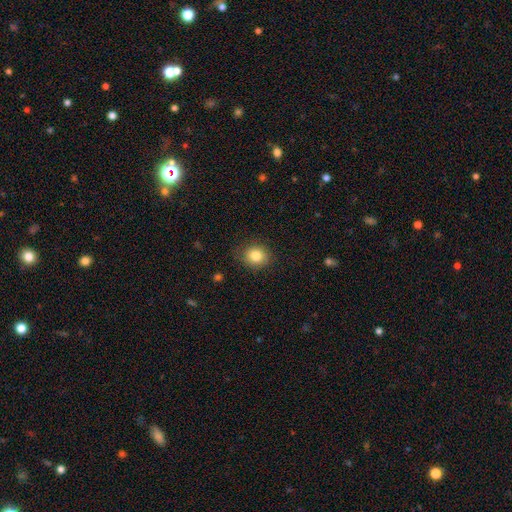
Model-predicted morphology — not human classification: smooth 84%, star or artifact 10%, featured or disk 7%. Down the decision tree: how rounded — round (73%); merging — none (83%).